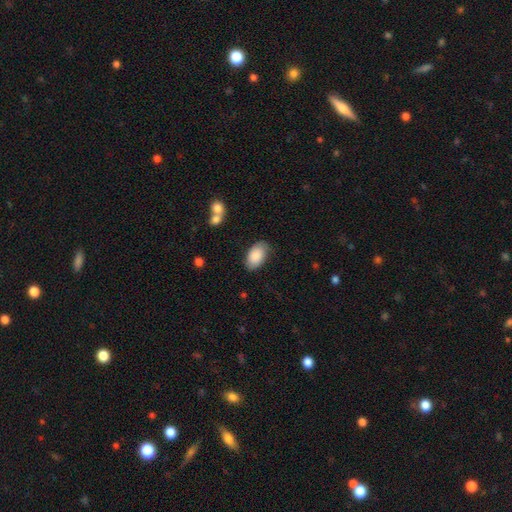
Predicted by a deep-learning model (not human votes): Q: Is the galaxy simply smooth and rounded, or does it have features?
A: smooth — 86%.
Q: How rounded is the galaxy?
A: in between — 94%.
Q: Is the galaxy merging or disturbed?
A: none — 78%.